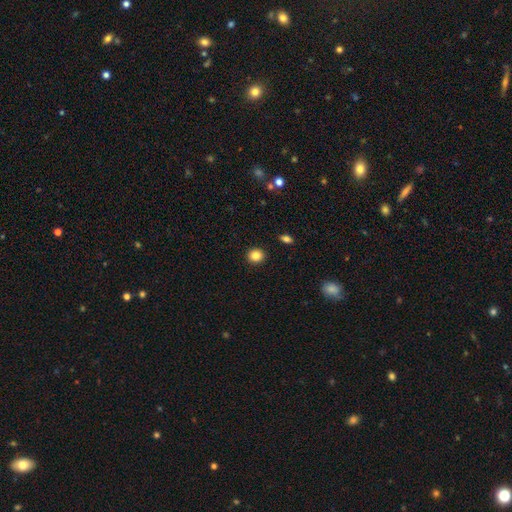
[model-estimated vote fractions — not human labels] smooth_or_featured: smooth (p=0.84) [alt: star or artifact p=0.11]
how_rounded: round (p=0.87) [alt: in between p=0.12]
merging: none (p=0.92) [alt: minor disturbance p=0.05]